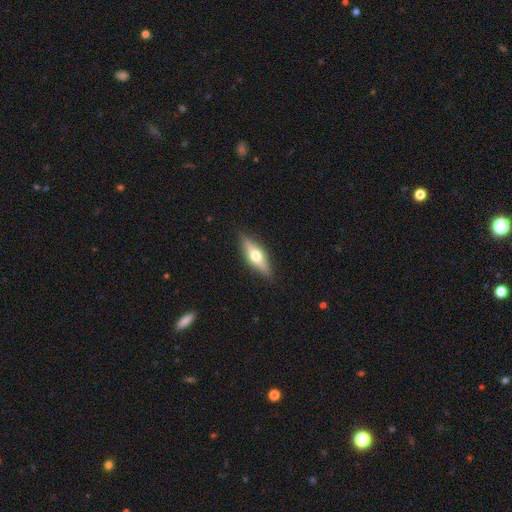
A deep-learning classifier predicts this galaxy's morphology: Q: Smooth or featured?
A: featured or disk (54%); runner-up: smooth (39%)
Q: Edge-on disk?
A: yes (90%); runner-up: no (10%)
Q: Merging?
A: none (89%); runner-up: minor disturbance (8%)